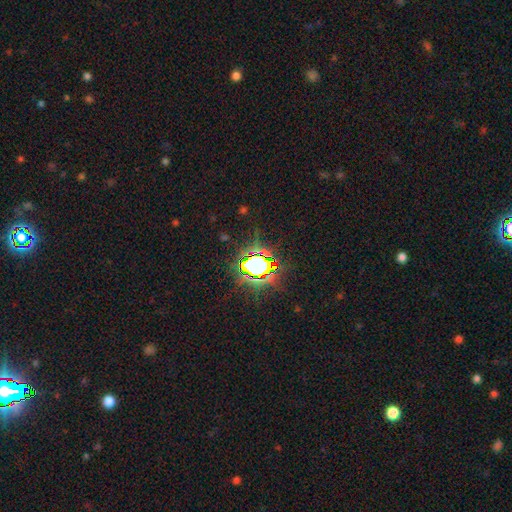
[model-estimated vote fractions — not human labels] Smooth or featured?
  - star or artifact: 80% *
  - smooth: 12%
  - featured or disk: 8%